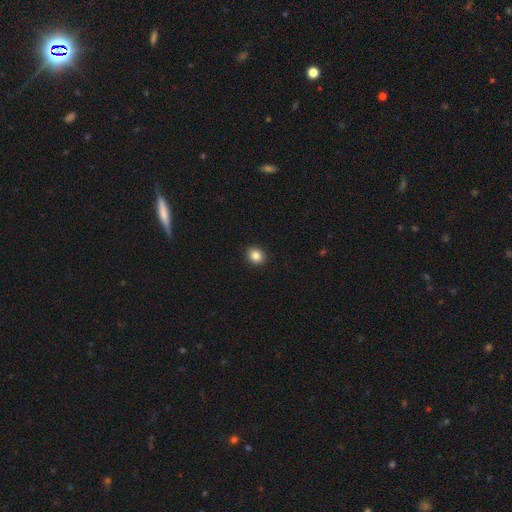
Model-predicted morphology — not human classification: This is clearly a smooth galaxy (86%). How rounded: likely round (70%). Merging: clearly none (92%).